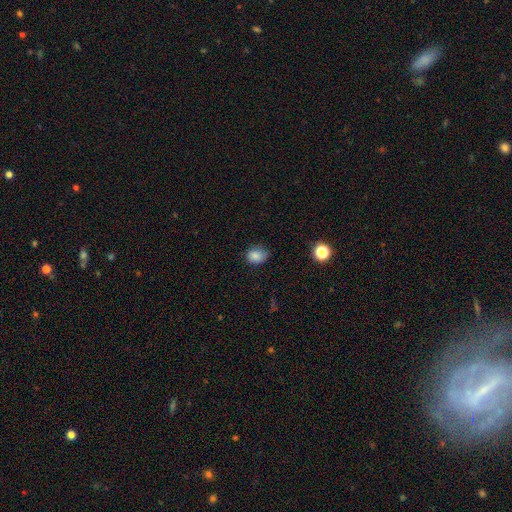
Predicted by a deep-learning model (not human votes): The model was most divided on "how rounded": round: 50%, in between: 49%, cigar-shaped: 1%. More confident: smooth or featured — smooth (84%); merging — none (74%).